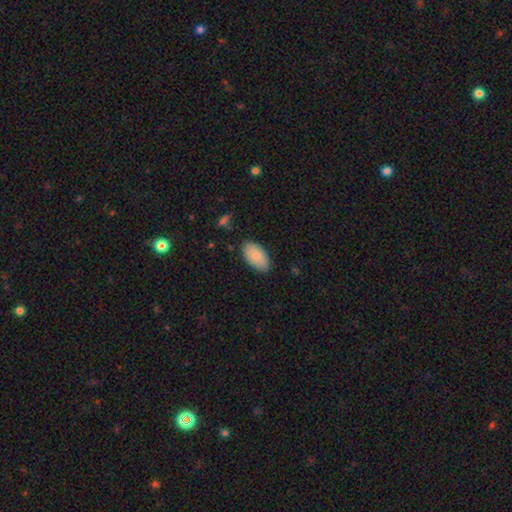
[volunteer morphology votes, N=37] This appears to be a smooth galaxy with no disk features (92%) that is in between round and cigar-shaped (91%). Merging: none (70%).